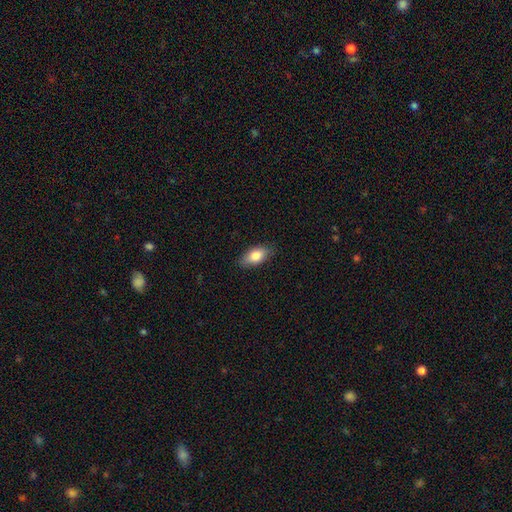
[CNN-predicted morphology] smooth 81%, featured or disk 13%, star or artifact 7%. Down the decision tree: how rounded — in between (89%); merging — none (84%).